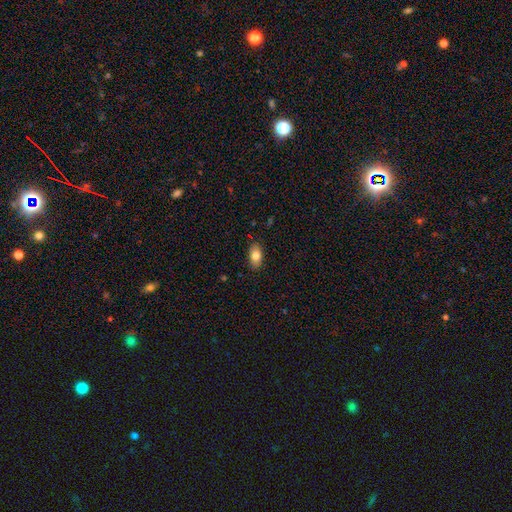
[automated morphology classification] Overall: smooth (81%). How rounded: in between (91%). Merging: none (87%).